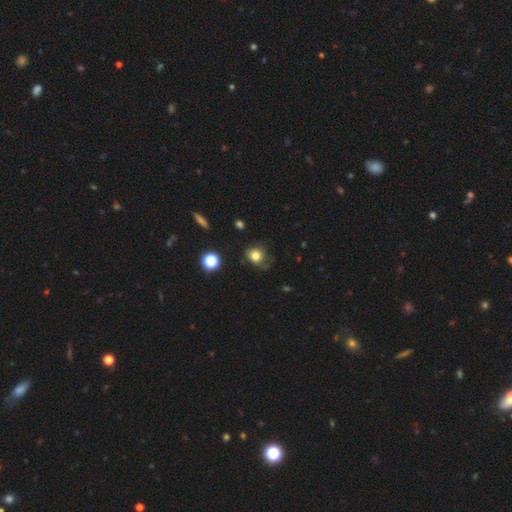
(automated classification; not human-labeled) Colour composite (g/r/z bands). It shows a smooth galaxy with no disk features (77%) that is round (69%). Merging: none (58%).